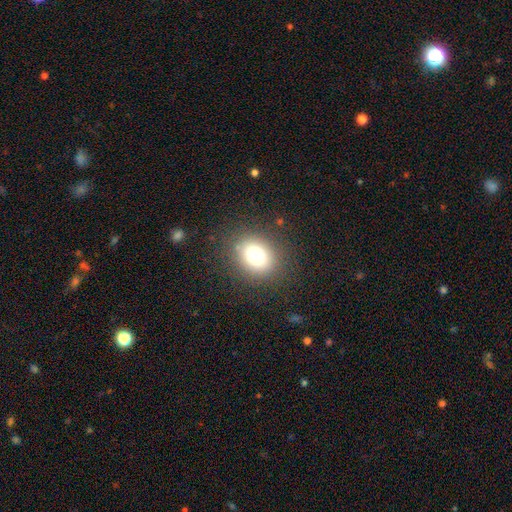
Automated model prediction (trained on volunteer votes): smooth 76%, star or artifact 14%, featured or disk 10%. Down the decision tree: how rounded — round (60%); merging — none (85%).